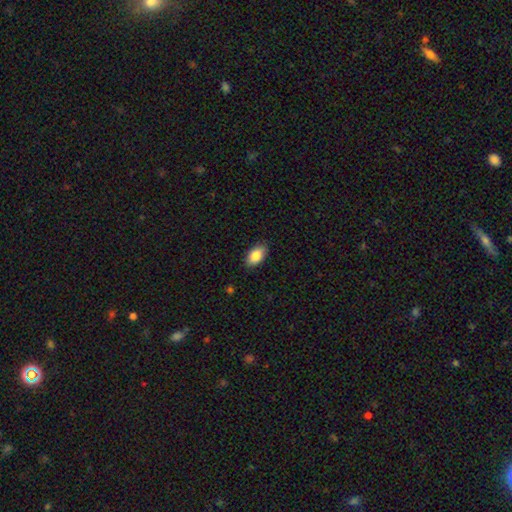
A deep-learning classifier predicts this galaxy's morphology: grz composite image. It shows a smooth galaxy with no disk features (86%) that is in between round and cigar-shaped (93%). Merging: none (87%).